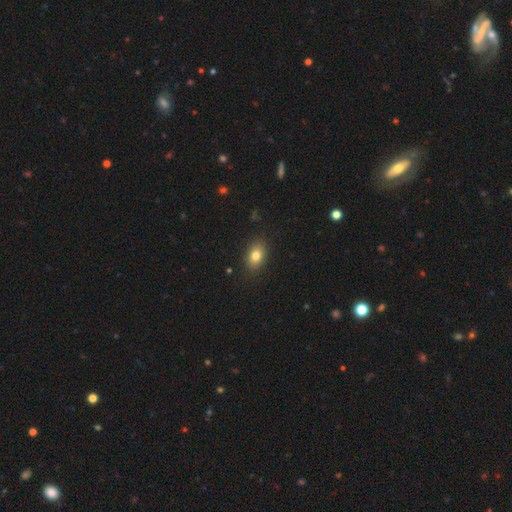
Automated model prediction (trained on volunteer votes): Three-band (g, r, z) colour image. It shows a smooth galaxy with no disk features (81%) that is in between round and cigar-shaped (81%). Merging: none (87%).